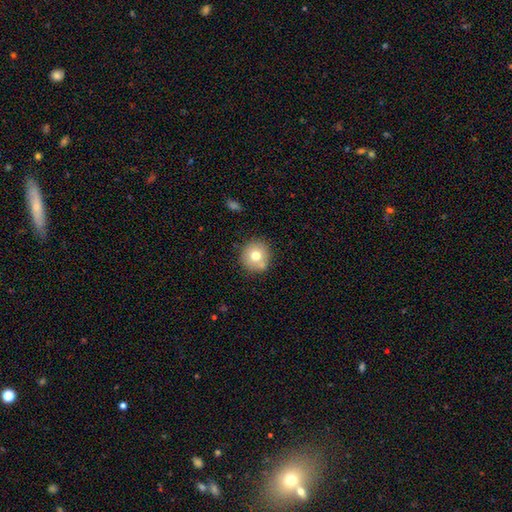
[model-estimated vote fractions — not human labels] Morphology: type=smooth (73%); roundness=round (92%); merging=none (78%).